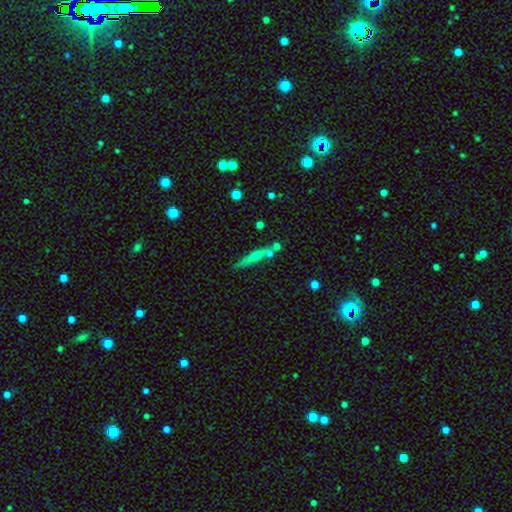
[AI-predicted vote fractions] A smooth galaxy with no disk features (49%). Merging: none (69%).